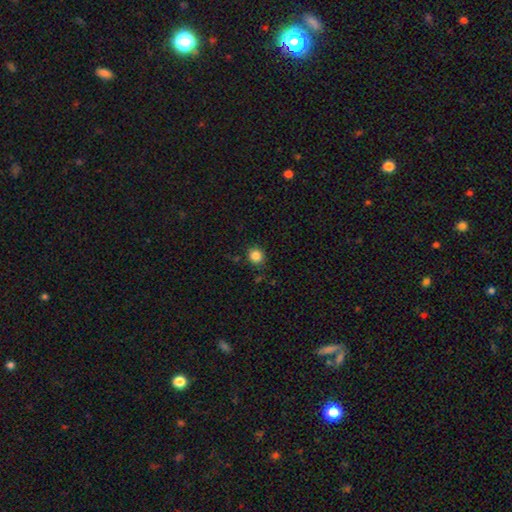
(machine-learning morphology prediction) smooth-or-featured: smooth: 84% | star or artifact: 11% | featured or disk: 4%
  how-rounded: round: 88% | in between: 11% | cigar-shaped: 1%
  merging: none: 88% | minor disturbance: 8% | major disturbance: 2% | merger: 2%